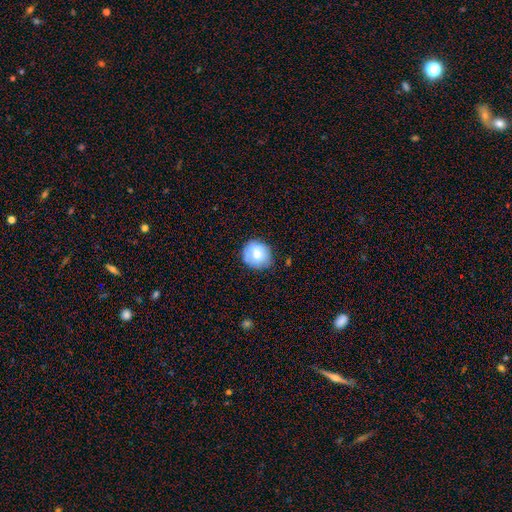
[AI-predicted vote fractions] This appears to be a smooth galaxy with no disk features (73%) that is round (84%). Merging: none (74%).